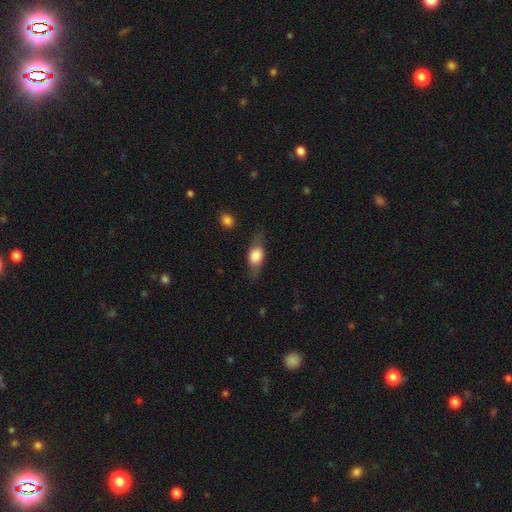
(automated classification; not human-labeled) This is likely a smooth galaxy (60%). How rounded: likely in between (69%). Merging: likely none (73%).